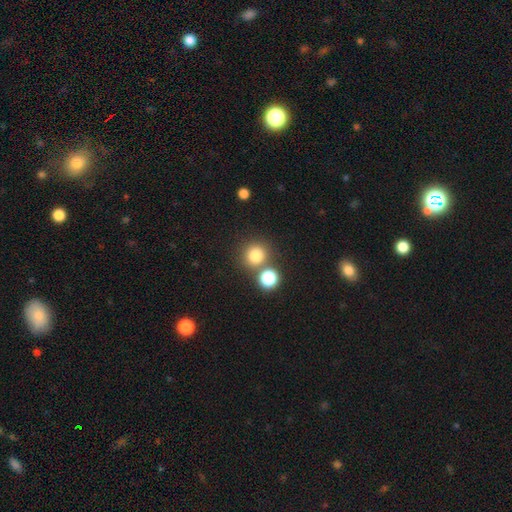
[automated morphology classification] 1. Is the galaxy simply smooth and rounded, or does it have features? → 79% smooth, 15% star or artifact, 6% featured or disk.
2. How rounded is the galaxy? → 91% round, 8% in between, 1% cigar-shaped.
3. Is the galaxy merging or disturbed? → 72% none, 17% merger, 7% minor disturbance, 3% major disturbance.